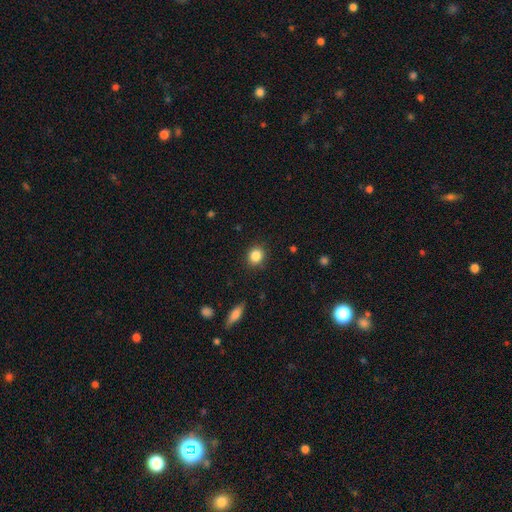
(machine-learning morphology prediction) A smooth galaxy with no disk features (85%) that is round (81%).

Vote fractions:
- Smooth or featured? smooth: 85% / star or artifact: 10% / featured or disk: 5%
- How rounded? round: 81% / in between: 17% / cigar-shaped: 1%
- Merging? none: 90% / minor disturbance: 7% / major disturbance: 2% / merger: 1%